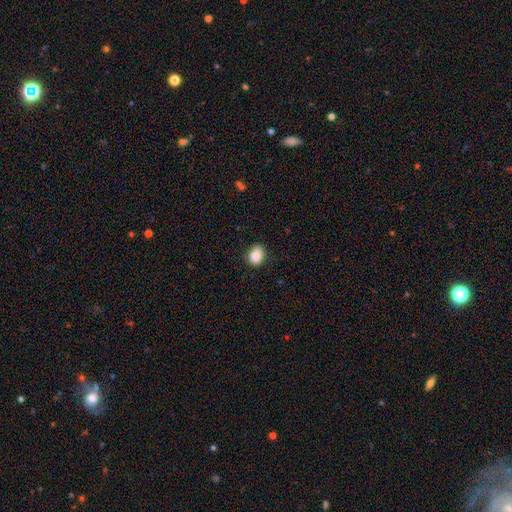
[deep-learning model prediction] A smooth galaxy with no disk features (86%) that is in between round and cigar-shaped (56%). Merging: none (87%).